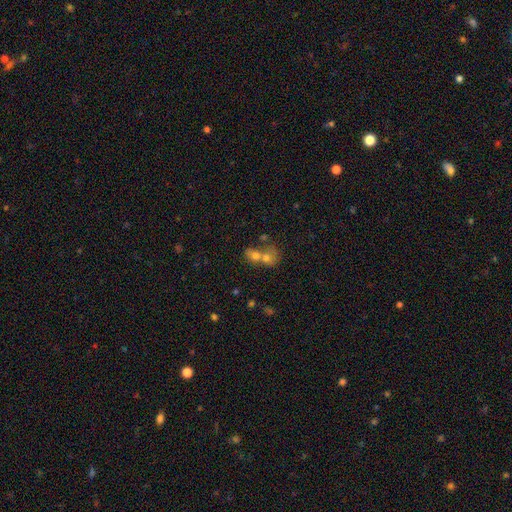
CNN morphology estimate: type=smooth (65%); roundness=round (52%); merging=merger (73%).